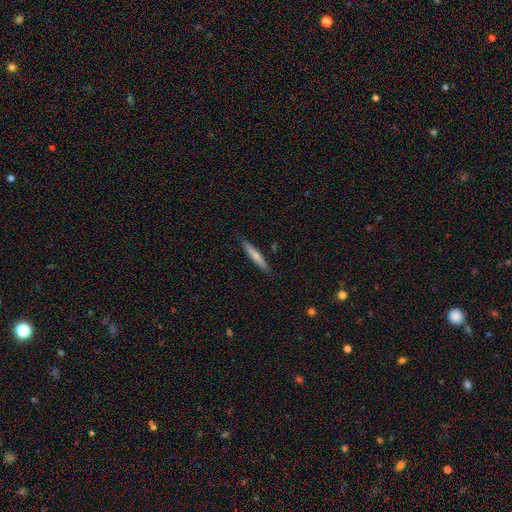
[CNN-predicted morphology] The model was most divided on "smooth or featured": smooth: 68%, featured or disk: 27%, star or artifact: 6%. More confident: how rounded — cigar-shaped (92%); merging — none (87%).